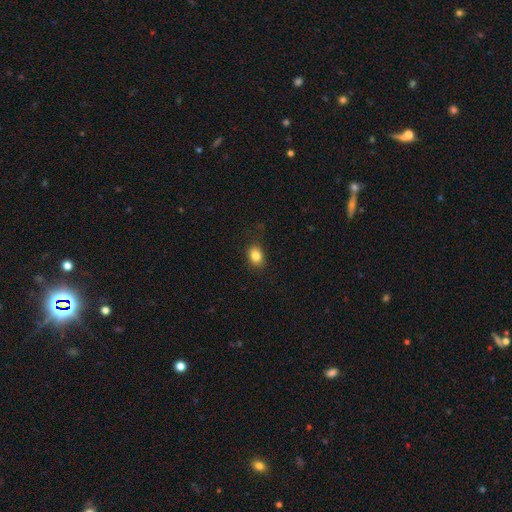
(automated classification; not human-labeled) Overall: smooth (84%). How rounded: in between (58%; round 41%). Merging: none (84%).